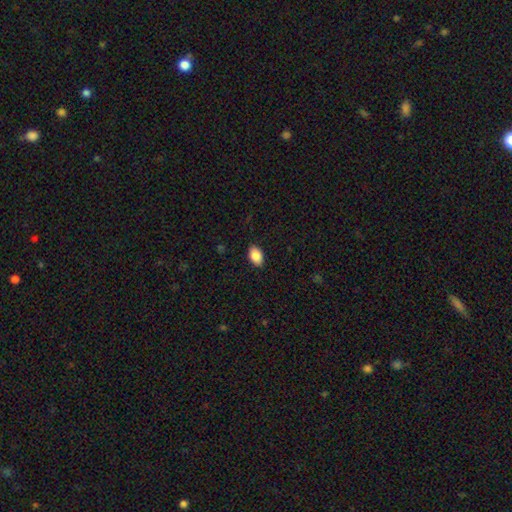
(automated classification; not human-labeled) Morphology: type=smooth (87%); roundness=in between (89%); merging=none (88%).